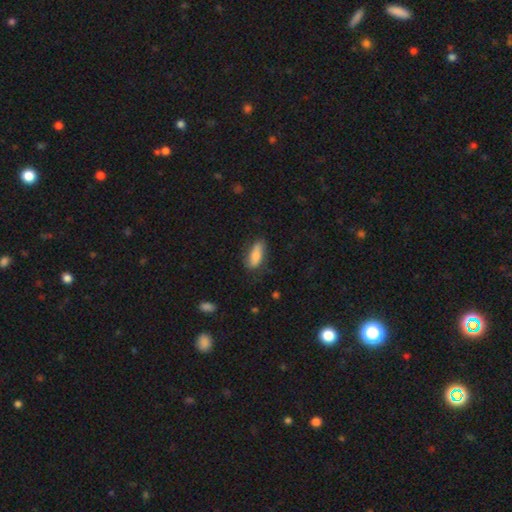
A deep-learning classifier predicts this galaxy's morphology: smooth_or_featured: smooth (p=0.77) [alt: featured or disk p=0.17]
how_rounded: in between (p=0.72) [alt: cigar-shaped p=0.26]
merging: none (p=0.69) [alt: minor disturbance p=0.23]